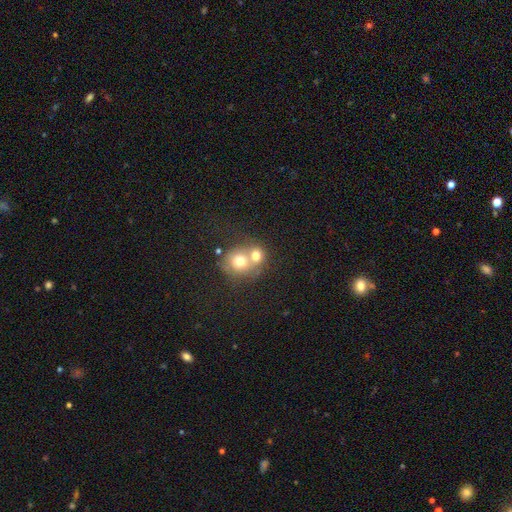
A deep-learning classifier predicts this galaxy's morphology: type=smooth (70%); roundness=round (76%); merging=merger (65%).